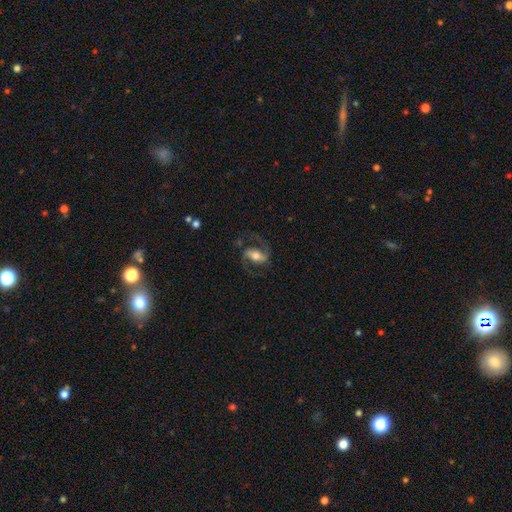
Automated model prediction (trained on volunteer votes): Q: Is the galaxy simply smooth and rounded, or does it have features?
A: featured or disk — 84%.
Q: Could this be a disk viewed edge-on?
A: no — 97%.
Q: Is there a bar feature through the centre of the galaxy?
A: strong — 44%.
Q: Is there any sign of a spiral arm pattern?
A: yes — 96%.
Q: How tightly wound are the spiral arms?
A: medium — 56%.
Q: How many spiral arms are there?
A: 2 — 92%.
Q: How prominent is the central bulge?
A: moderate — 64%.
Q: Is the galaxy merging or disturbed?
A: none — 74%.